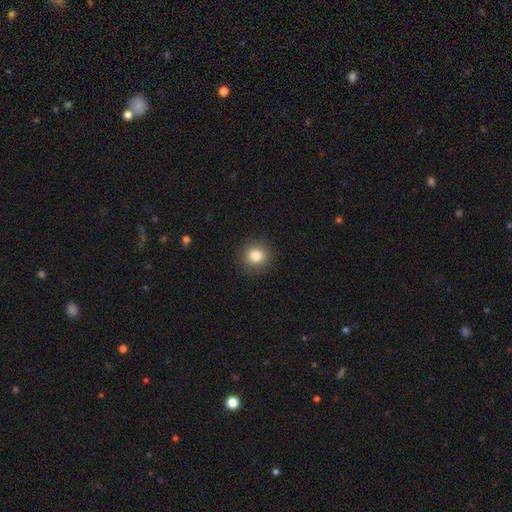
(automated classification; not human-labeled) Smooth or featured? smooth (82%)
How rounded? round (90%)
Merging? none (91%)